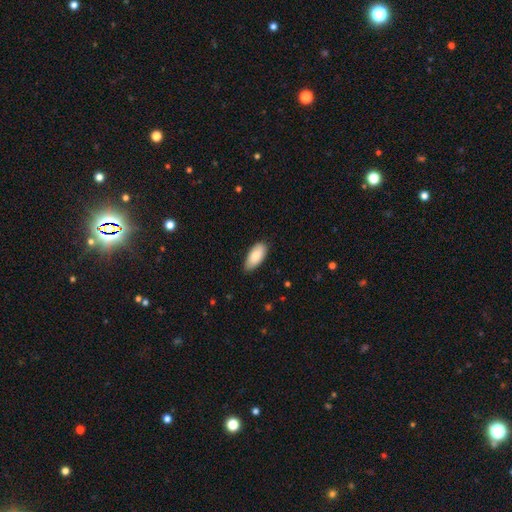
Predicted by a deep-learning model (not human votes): Smooth or featured: smooth — 84% (featured or disk — 10%)
How rounded: in between — 92% (cigar-shaped — 6%)
Merging: none — 79% (minor disturbance — 18%)